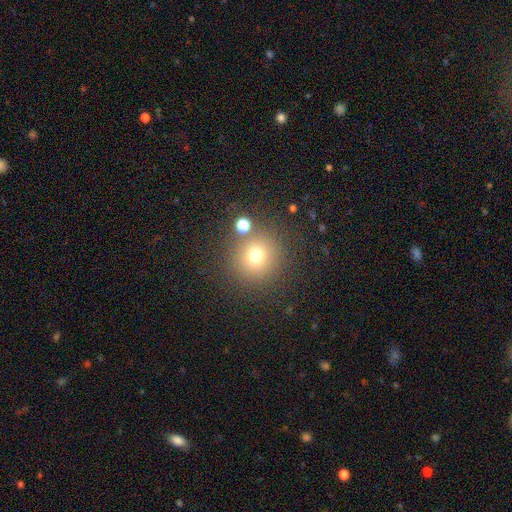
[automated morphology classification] type=smooth (72%); roundness=round (93%); merging=none (81%).